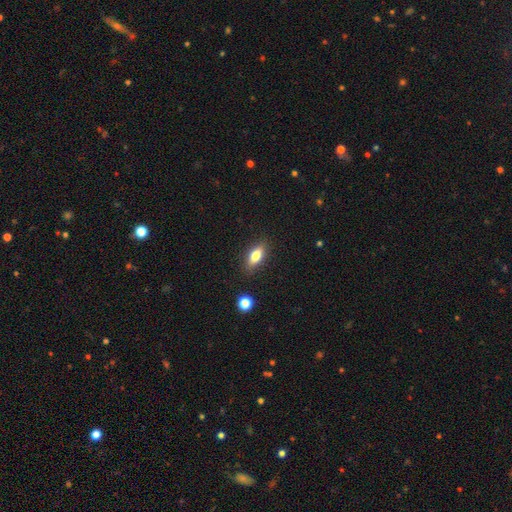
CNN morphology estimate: This appears to be a smooth galaxy with no disk features (73%) that is in between round and cigar-shaped (77%). Merging: none (85%).